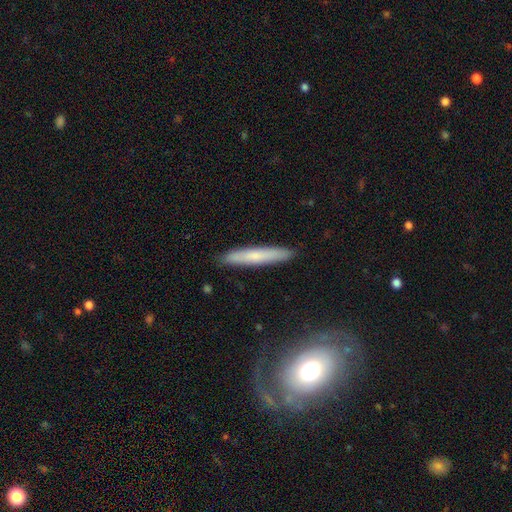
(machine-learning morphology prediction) The model was most divided on "smooth or featured": smooth: 64%, featured or disk: 30%, star or artifact: 6%. More confident: how rounded — cigar-shaped (94%); merging — none (89%).